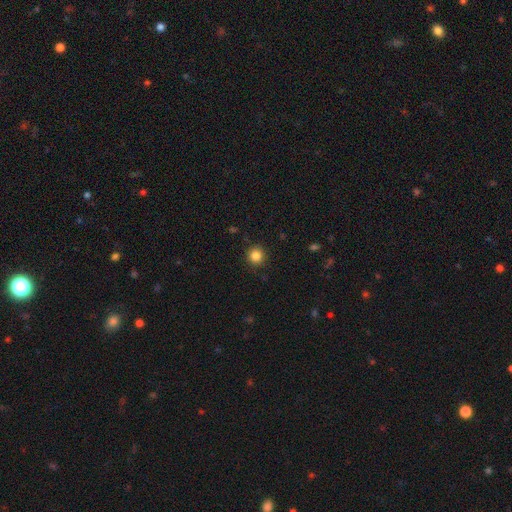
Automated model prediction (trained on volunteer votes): Smooth or featured: smooth — 84% (star or artifact — 12%)
How rounded: round — 94% (in between — 5%)
Merging: none — 91% (minor disturbance — 6%)